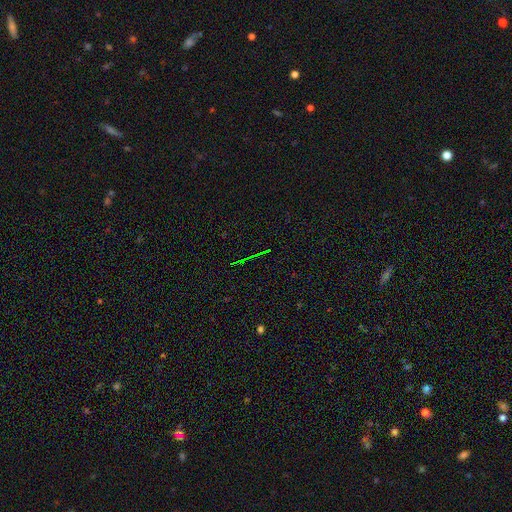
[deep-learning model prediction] smooth-or-featured: star or artifact: 77% | featured or disk: 13% | smooth: 10%